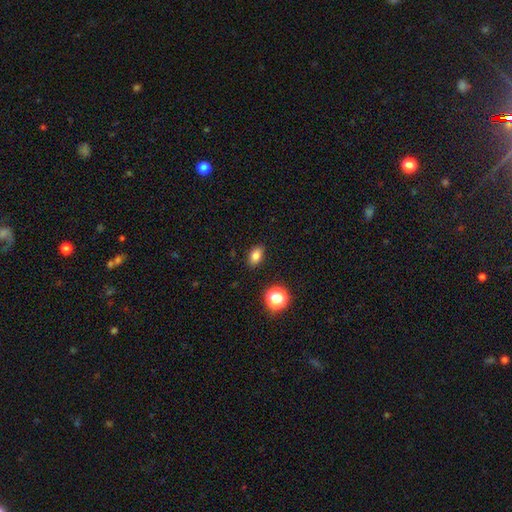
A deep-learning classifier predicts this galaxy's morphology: smooth-or-featured: smooth: 80% | star or artifact: 13% | featured or disk: 8%
  how-rounded: in between: 82% | round: 15% | cigar-shaped: 3%
  merging: none: 88% | minor disturbance: 9% | major disturbance: 2% | merger: 1%